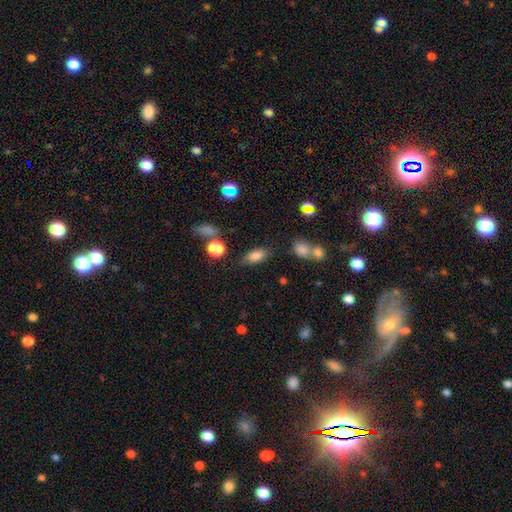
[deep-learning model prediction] smooth 83%, star or artifact 10%, featured or disk 7%. Down the decision tree: how rounded — in between (88%); merging — none (75%).